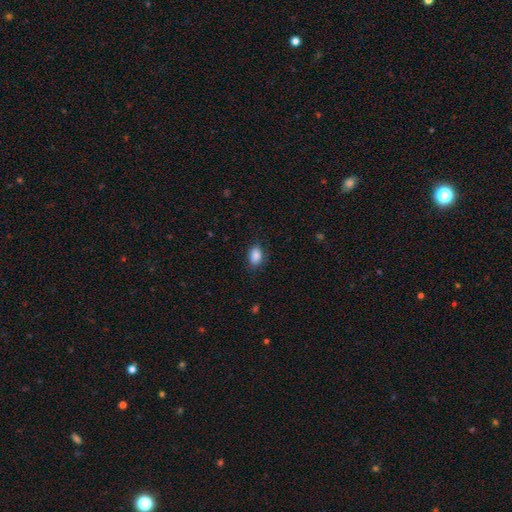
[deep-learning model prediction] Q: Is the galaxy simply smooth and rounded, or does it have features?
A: smooth — 88%.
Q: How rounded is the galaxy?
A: in between — 85%.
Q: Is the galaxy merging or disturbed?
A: none — 82%.